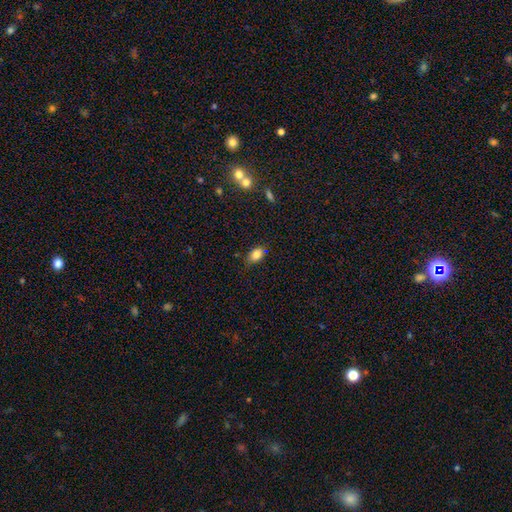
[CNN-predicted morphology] This appears to be a smooth galaxy with no disk features (83%) that is in between round and cigar-shaped (78%). Merging: none (73%).